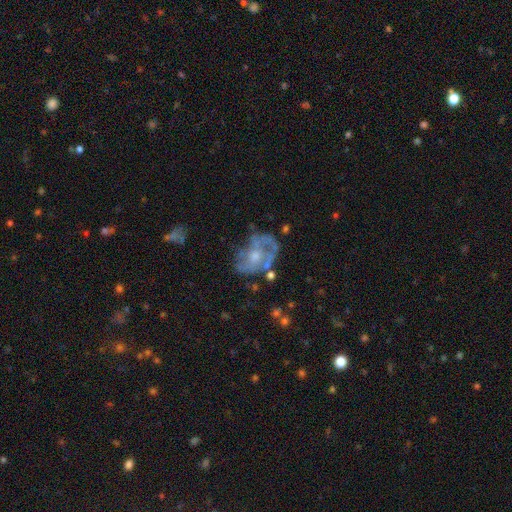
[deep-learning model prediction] smooth-or-featured: featured or disk: 71% | smooth: 20% | star or artifact: 9%
  disk-edge-on: no: 97% | yes: 3%
    bar: no: 77% | weak: 19% | strong: 4%
    has-spiral-arms: yes: 58% | no: 42%
    bulge-size: moderate: 49% | small: 40% | none: 6% | large: 4% | dominant: 1%
  merging: none: 43% | major disturbance: 27% | minor disturbance: 23% | merger: 7%